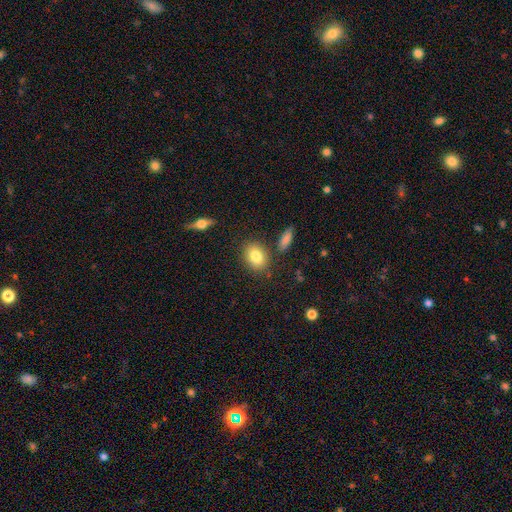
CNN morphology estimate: A smooth galaxy with no disk features (83%) that is in between round and cigar-shaped (68%).

Vote fractions:
- Smooth or featured? smooth: 83% / featured or disk: 10% / star or artifact: 8%
- How rounded? in between: 68% / round: 31% / cigar-shaped: 2%
- Merging? none: 80% / minor disturbance: 11% / merger: 6% / major disturbance: 3%